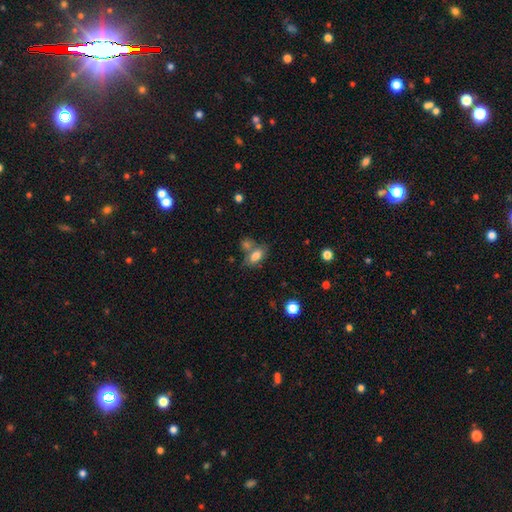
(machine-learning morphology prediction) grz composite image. It shows a smooth galaxy with no disk features (78%) that is in between round and cigar-shaped (87%). Merging: none (49%).